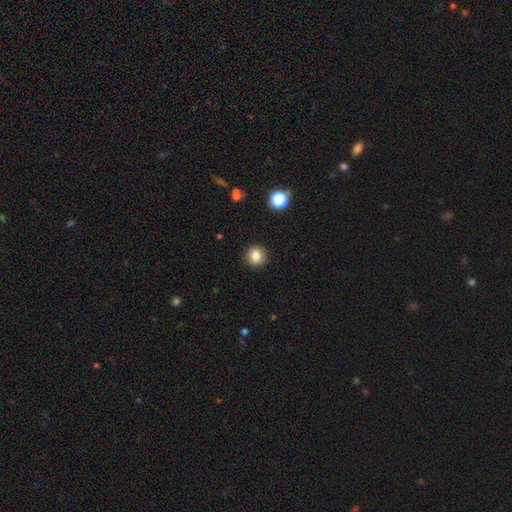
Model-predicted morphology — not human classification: Q: Smooth or featured?
A: smooth (84%); runner-up: star or artifact (11%)
Q: How rounded?
A: round (94%); runner-up: in between (5%)
Q: Merging?
A: none (92%); runner-up: minor disturbance (5%)